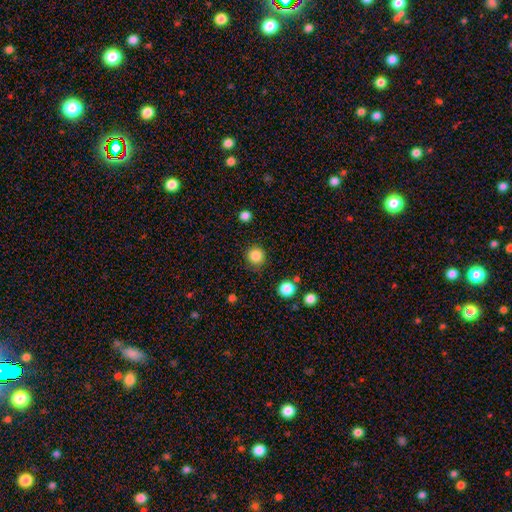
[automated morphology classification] This is clearly a smooth galaxy (85%). How rounded: clearly round (93%). Merging: clearly none (86%).